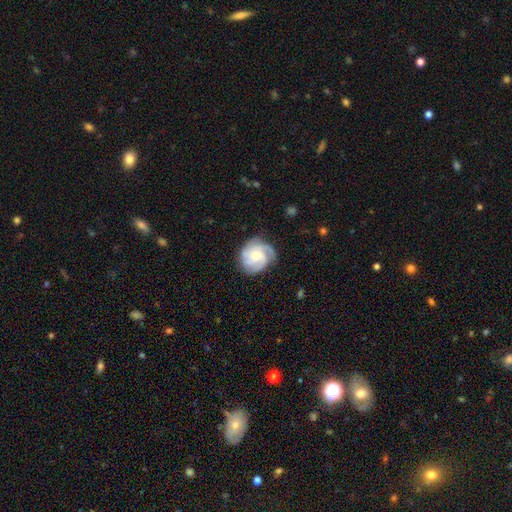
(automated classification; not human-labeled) smooth_or_featured: featured or disk (p=0.80) [alt: smooth p=0.14]
disk_edge_on: no (p=0.98) [alt: yes p=0.02]
bar: no (p=0.72) [alt: weak p=0.24]
has_spiral_arms: yes (p=0.97) [alt: no p=0.03]
spiral_winding: tight (p=0.55) [alt: medium p=0.37]
spiral_arm_count: 3 (p=0.57) [alt: 4 p=0.18]
bulge_size: moderate (p=0.47) [alt: small p=0.45]
merging: none (p=0.76) [alt: minor disturbance p=0.17]